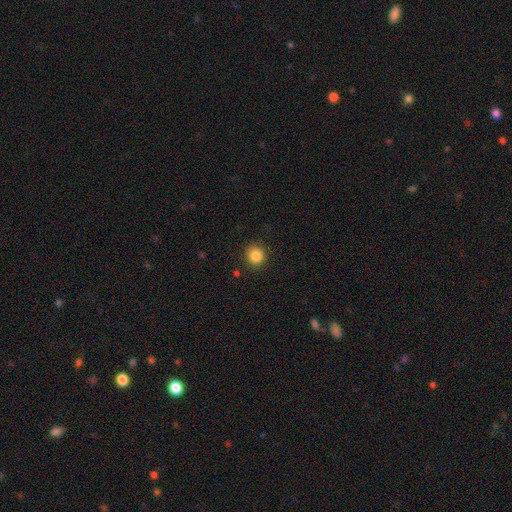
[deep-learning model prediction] Smooth or featured? Predicted: smooth (p=0.85). How rounded? Predicted: round (p=0.87). Merging? Predicted: none (p=0.89).